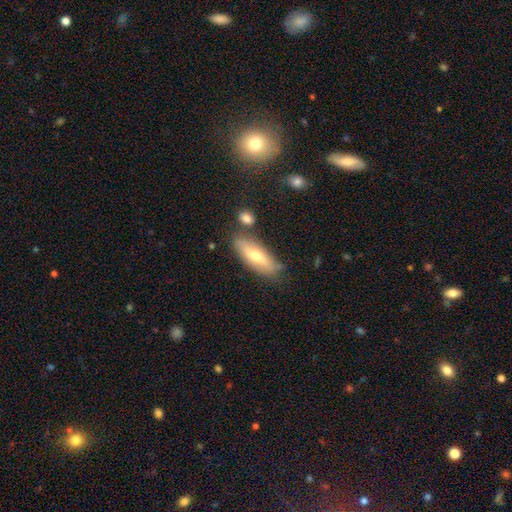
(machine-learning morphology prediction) The model was most divided on "smooth or featured": smooth: 52%, featured or disk: 41%, star or artifact: 7%. More confident: merging — none (75%); how rounded — in between (59%).